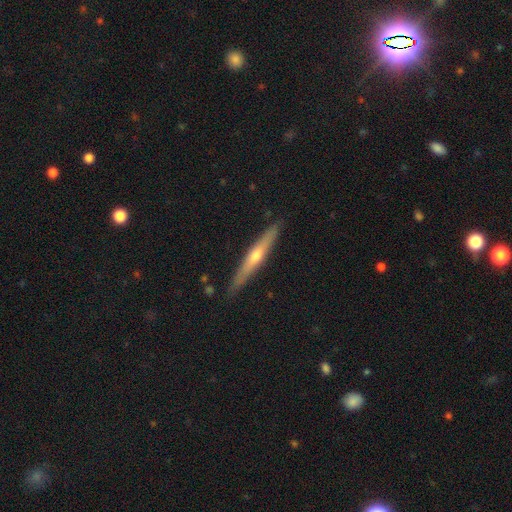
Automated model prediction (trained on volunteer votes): A featured or disk galaxy (68%) viewed edge-on (96%) with a rounded central bulge (84%).

Vote fractions:
- Smooth or featured? featured or disk: 68% / smooth: 25% / star or artifact: 6%
- Edge-on disk? yes: 96% / no: 4%
- Edge-on bulge? rounded: 84% / none: 13% / boxy: 3%
- Merging? none: 88% / minor disturbance: 9% / major disturbance: 2% / merger: 1%